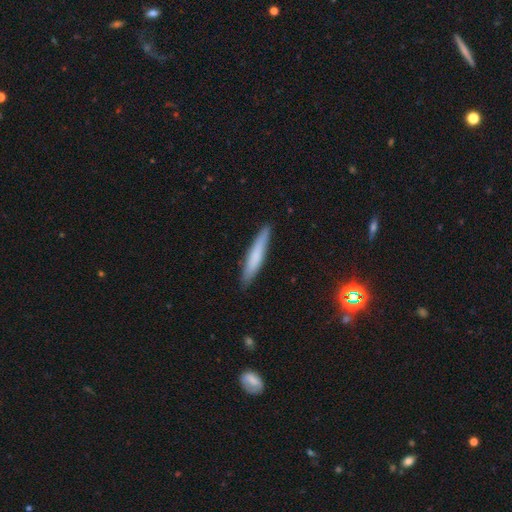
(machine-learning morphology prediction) This is likely a smooth galaxy (70%). How rounded: clearly cigar-shaped (93%). Merging: clearly none (88%).